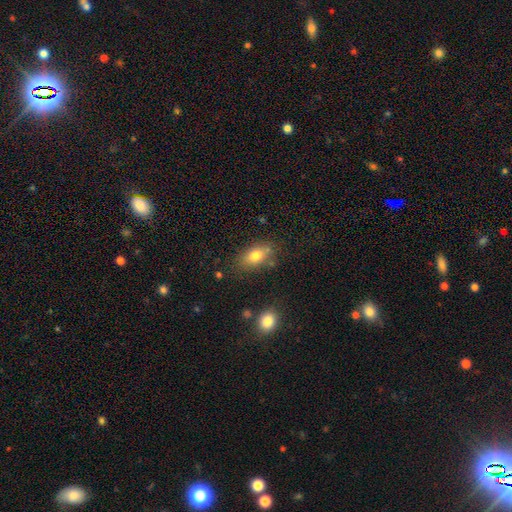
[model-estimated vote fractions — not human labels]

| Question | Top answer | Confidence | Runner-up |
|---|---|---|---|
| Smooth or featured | smooth | 77% | featured or disk (13%) |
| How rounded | in between | 83% | round (12%) |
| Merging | none | 74% | minor disturbance (16%) |